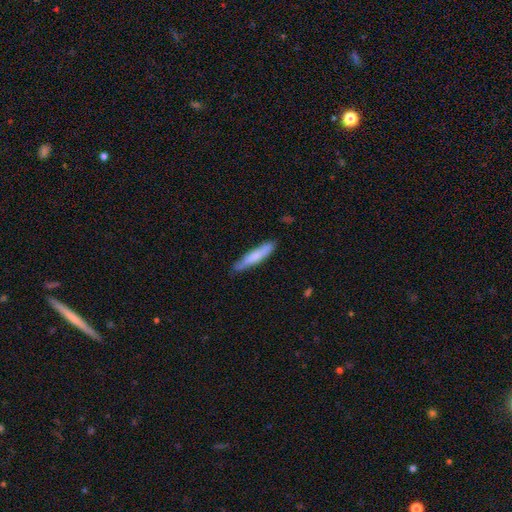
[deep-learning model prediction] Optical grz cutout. It shows a smooth galaxy with no disk features (71%) that is cigar-shaped (90%). Merging: none (80%).